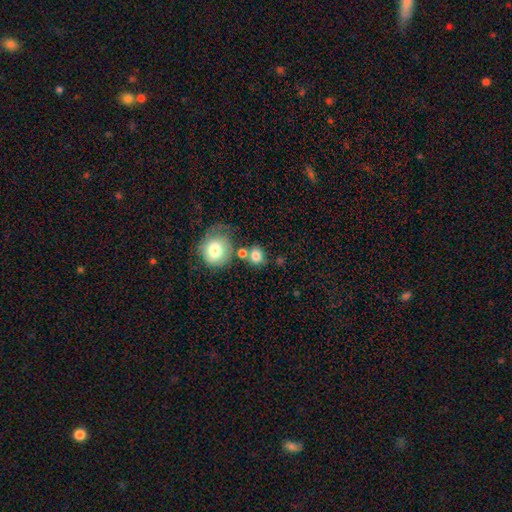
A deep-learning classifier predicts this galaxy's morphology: Smooth or featured?
  - smooth: 80% *
  - star or artifact: 10%
  - featured or disk: 9%
How rounded?
  - round: 75% *
  - in between: 24%
  - cigar-shaped: 1%
Merging?
  - none: 59% *
  - merger: 22%
  - minor disturbance: 13%
  - major disturbance: 6%